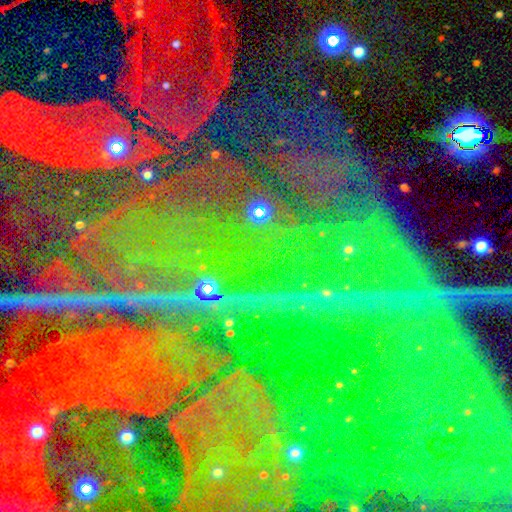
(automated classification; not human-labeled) A star or artifact, not a galaxy (88%).